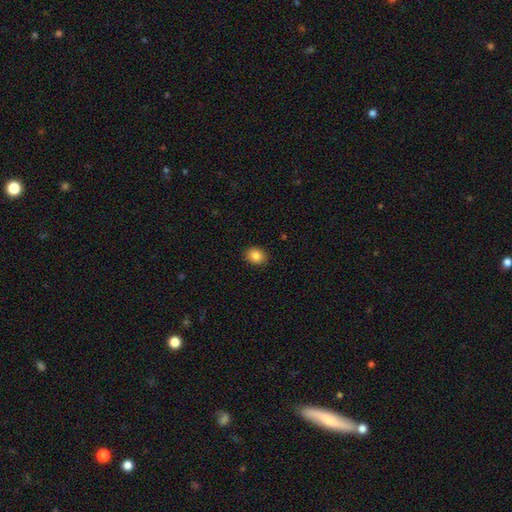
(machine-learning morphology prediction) Smooth or featured?
  - smooth: 86% *
  - star or artifact: 9%
  - featured or disk: 5%
How rounded?
  - round: 53% *
  - in between: 46%
  - cigar-shaped: 1%
Merging?
  - none: 90% *
  - minor disturbance: 7%
  - major disturbance: 2%
  - merger: 1%